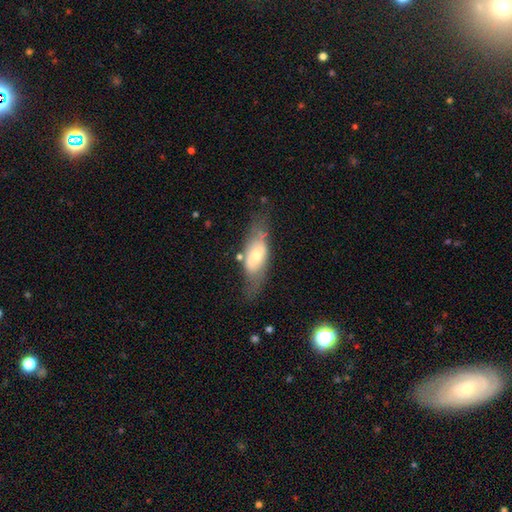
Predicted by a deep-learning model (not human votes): Morphology: type=smooth (49%); merging=none (55%).